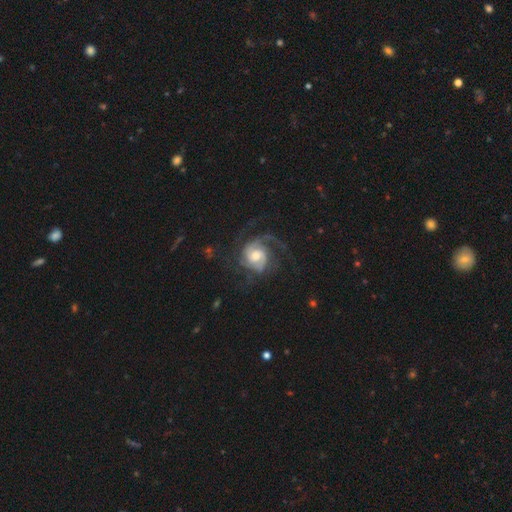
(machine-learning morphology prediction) smooth-or-featured: featured or disk: 89% | smooth: 7% | star or artifact: 5%
  disk-edge-on: no: 98% | yes: 2%
    bar: no: 59% | weak: 33% | strong: 7%
    has-spiral-arms: yes: 98% | no: 2%
      spiral-winding: tight: 43% (tied) | medium: 43% (tied) | loose: 14%
      spiral-arm-count: 2: 40% | 3: 26% | can't tell: 14% | 1: 9% | 4: 6% | more than 4: 5%
    bulge-size: moderate: 61% | large: 18% | small: 17% | none: 2% | dominant: 2%
  merging: none: 63% | major disturbance: 20% | minor disturbance: 15% | merger: 2%